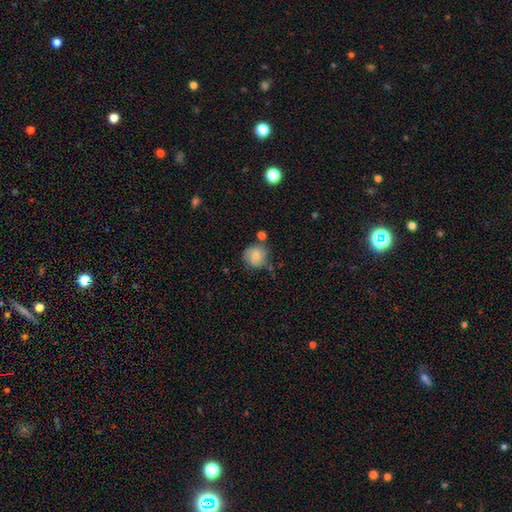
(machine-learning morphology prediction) This is likely a smooth galaxy (77%). How rounded: clearly round (85%). Merging: likely none (61%).